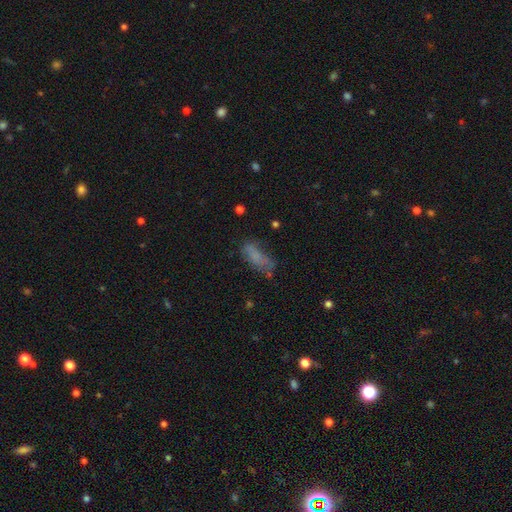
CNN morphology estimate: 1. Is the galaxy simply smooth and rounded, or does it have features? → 65% smooth, 22% featured or disk, 13% star or artifact.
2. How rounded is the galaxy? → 69% in between, 29% cigar-shaped, 3% round.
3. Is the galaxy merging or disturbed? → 46% none, 28% minor disturbance, 20% major disturbance, 6% merger.